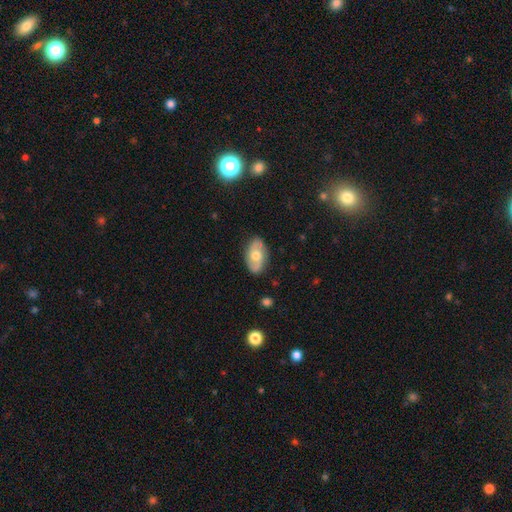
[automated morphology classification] Overall: featured or disk (53%; smooth 40%). Edge-on disk: no (91%). Merging: none (83%).